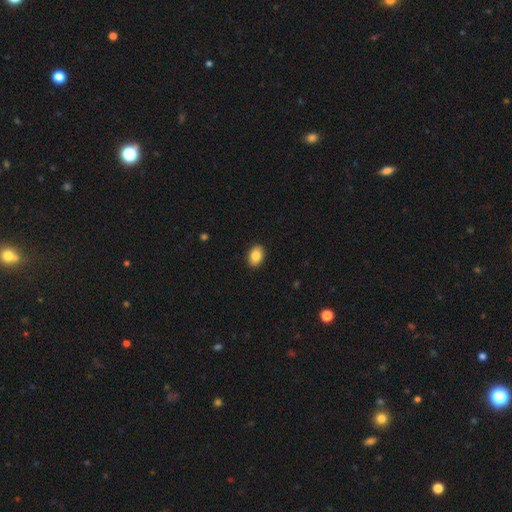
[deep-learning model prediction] This appears to be a smooth galaxy with no disk features (87%) that is in between round and cigar-shaped (83%). Merging: none (90%).